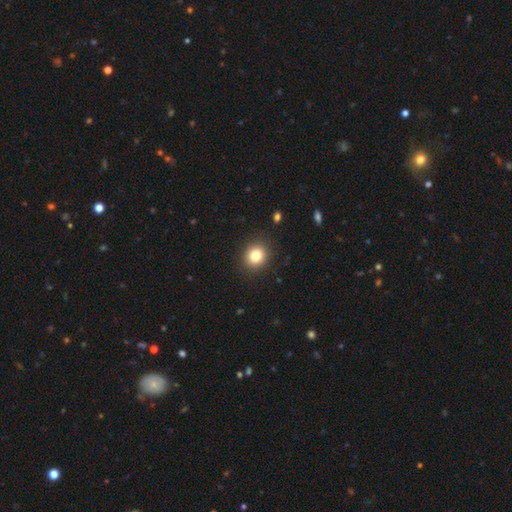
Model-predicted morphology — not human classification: Smooth or featured?
  - smooth: 82% *
  - star or artifact: 11%
  - featured or disk: 7%
How rounded?
  - round: 82% *
  - in between: 17%
  - cigar-shaped: 1%
Merging?
  - none: 90% *
  - minor disturbance: 7%
  - major disturbance: 2%
  - merger: 1%